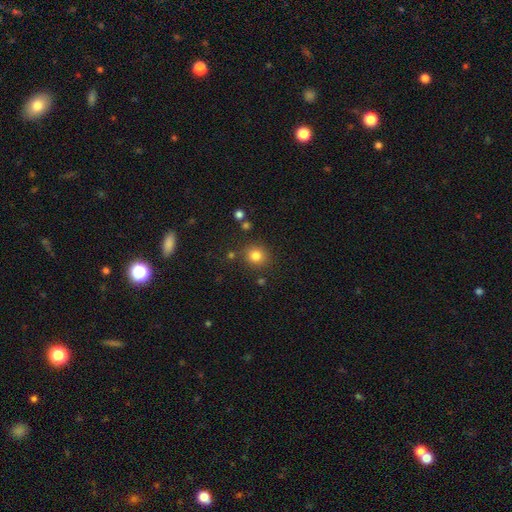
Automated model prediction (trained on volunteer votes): This appears to be a smooth galaxy with no disk features (81%) that is round (88%). Merging: none (84%).